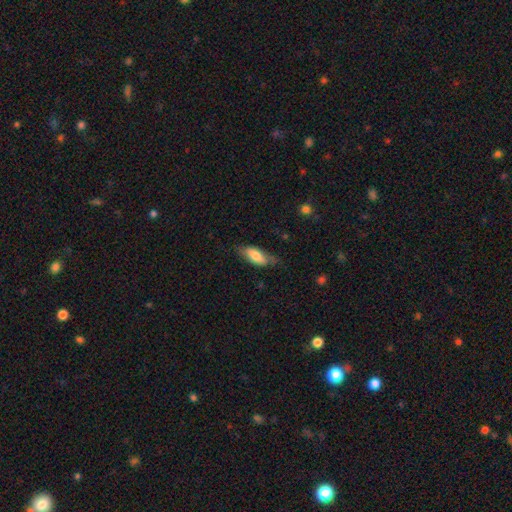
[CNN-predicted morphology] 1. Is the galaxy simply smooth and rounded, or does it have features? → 69% smooth, 24% featured or disk, 6% star or artifact.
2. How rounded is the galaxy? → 76% in between, 21% cigar-shaped, 2% round.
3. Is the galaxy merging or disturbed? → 60% none, 29% minor disturbance, 9% major disturbance, 2% merger.